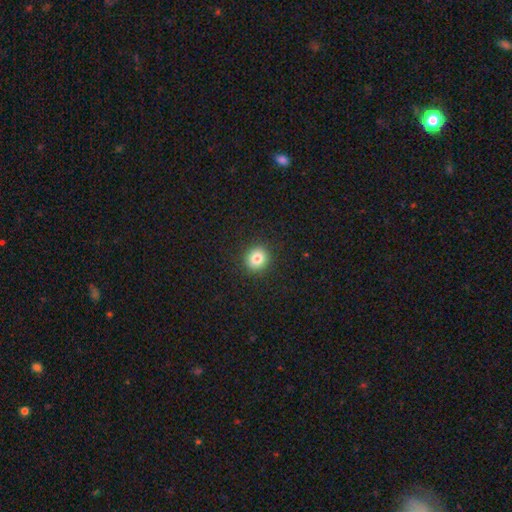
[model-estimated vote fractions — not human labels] Smooth or featured?
  - smooth: 78% *
  - star or artifact: 17%
  - featured or disk: 5%
How rounded?
  - round: 90% *
  - in between: 9%
  - cigar-shaped: 1%
Merging?
  - none: 93% *
  - minor disturbance: 4%
  - major disturbance: 2%
  - merger: 1%